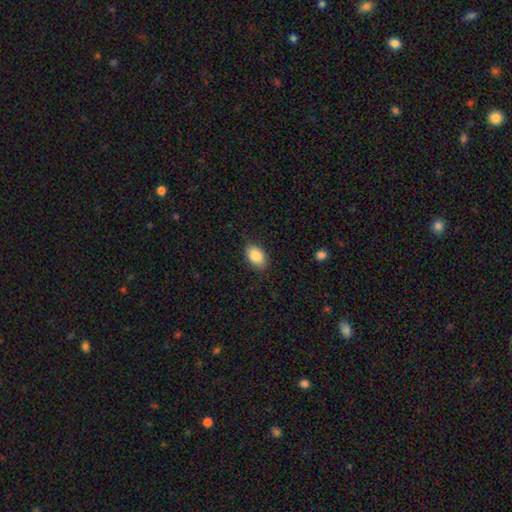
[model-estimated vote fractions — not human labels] Q: Smooth or featured?
A: smooth (88%); runner-up: star or artifact (7%)
Q: How rounded?
A: in between (90%); runner-up: round (9%)
Q: Merging?
A: none (83%); runner-up: minor disturbance (13%)